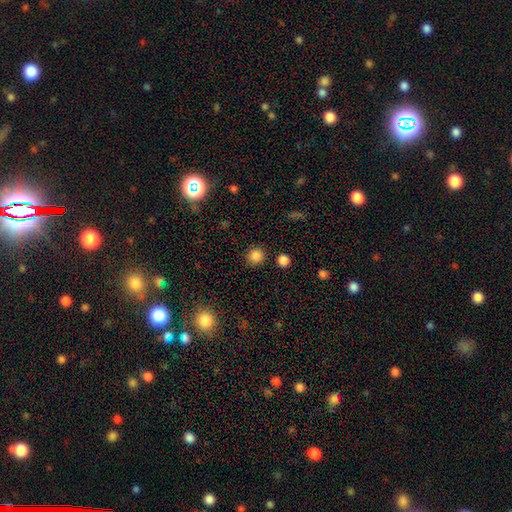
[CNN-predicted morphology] Smooth or featured? Predicted: smooth (p=0.84). How rounded? Predicted: round (p=0.92). Merging? Predicted: none (p=0.87).